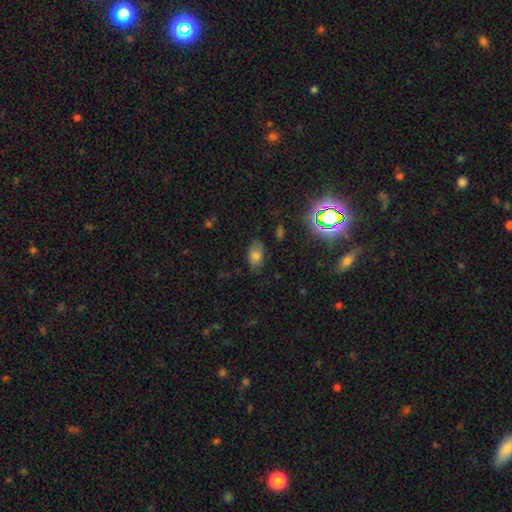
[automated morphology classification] Smooth or featured: smooth — 73% (star or artifact — 14%)
How rounded: in between — 89% (round — 10%)
Merging: none — 76% (minor disturbance — 19%)